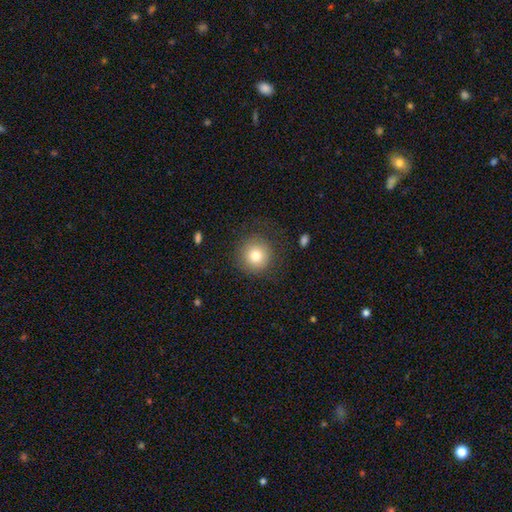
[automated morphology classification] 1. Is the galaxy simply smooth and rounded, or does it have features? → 79% smooth, 10% star or artifact, 10% featured or disk.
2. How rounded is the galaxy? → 93% round, 6% in between, 1% cigar-shaped.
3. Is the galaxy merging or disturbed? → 83% none, 10% minor disturbance, 5% major disturbance, 1% merger.